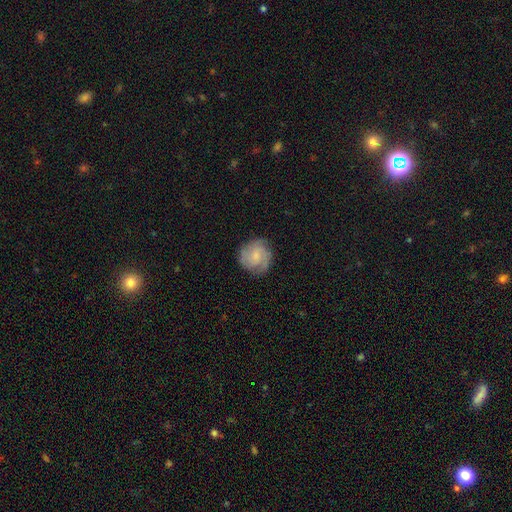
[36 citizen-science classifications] Q: Smooth or featured?
A: featured or disk (69%); runner-up: smooth (25%)
Q: Edge-on disk?
A: no (100%)
Q: Bar?
A: no (56%); runner-up: weak (36%)
Q: Spiral arms?
A: yes (96%); runner-up: no (4%)
Q: Spiral winding?
A: tight (75%); runner-up: medium (21%)
Q: Spiral arm count?
A: 3 (50%); runner-up: 2 (25%)
Q: Bulge size?
A: small (52%); runner-up: moderate (28%)
Q: Merging?
A: none (82%); runner-up: minor disturbance (15%)